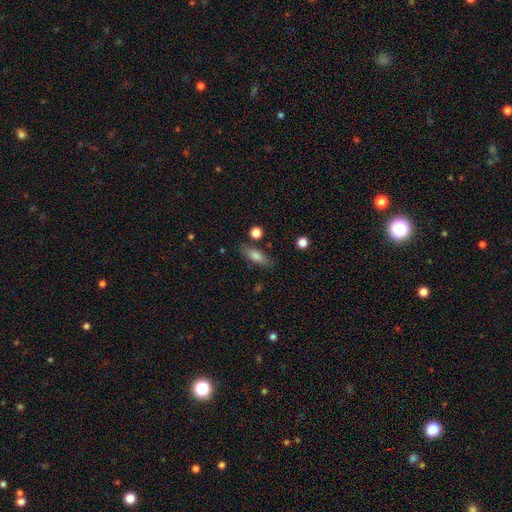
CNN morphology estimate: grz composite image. It shows a smooth galaxy with no disk features (76%) that is in between round and cigar-shaped (64%). Merging: none (79%).